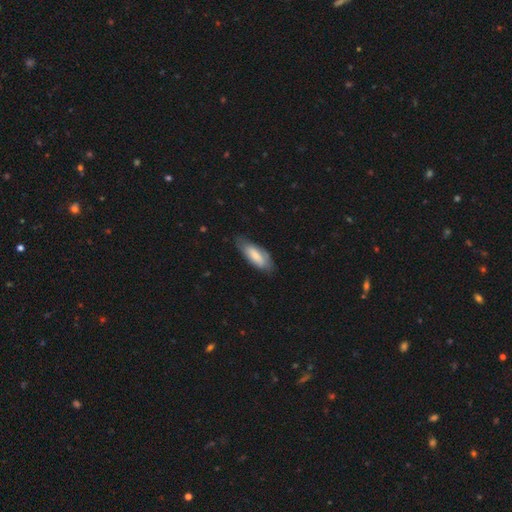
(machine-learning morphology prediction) type=smooth (72%); roundness=in between (71%); merging=none (68%).